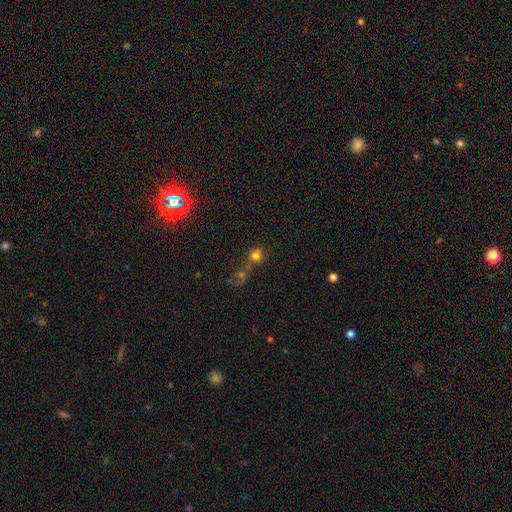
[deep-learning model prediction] A smooth galaxy with no disk features (69%) that is round (85%). Merging: merger (52%).